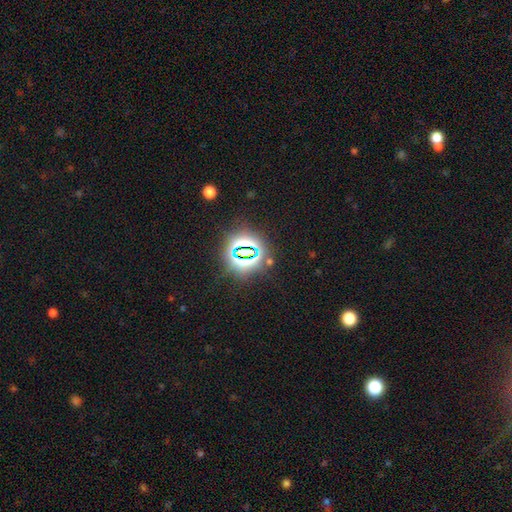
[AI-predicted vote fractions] star or artifact 79%, smooth 13%, featured or disk 8%.